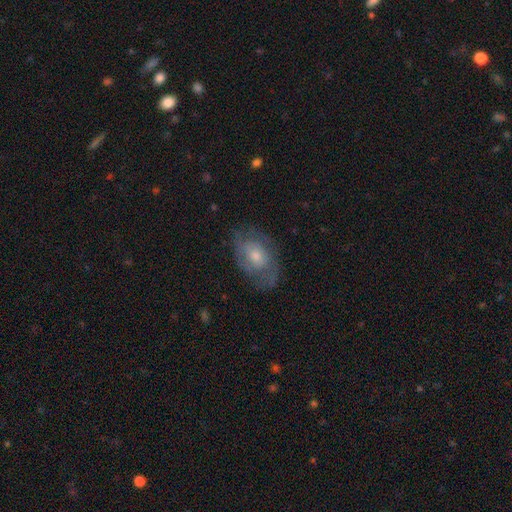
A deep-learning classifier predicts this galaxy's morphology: Q: Smooth or featured?
A: featured or disk (58%); runner-up: smooth (34%)
Q: Edge-on disk?
A: no (94%); runner-up: yes (6%)
Q: Bar?
A: no (77%); runner-up: weak (20%)
Q: Spiral arms?
A: yes (70%); runner-up: no (30%)
Q: Bulge size?
A: moderate (54%); runner-up: small (34%)
Q: Merging?
A: none (68%); runner-up: minor disturbance (21%)